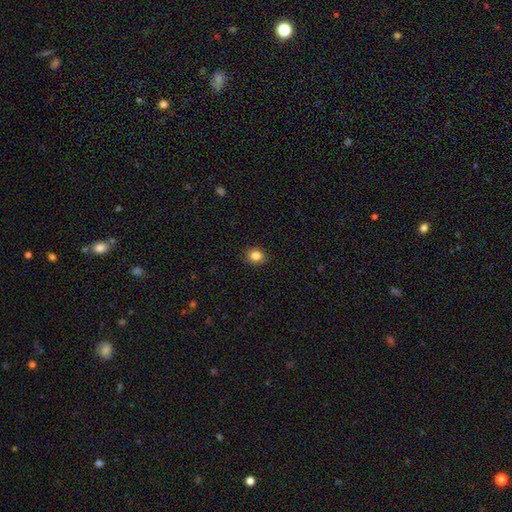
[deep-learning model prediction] smooth_or_featured: smooth (p=0.85) [alt: star or artifact p=0.10]
how_rounded: round (p=0.70) [alt: in between p=0.30]
merging: none (p=0.90) [alt: minor disturbance p=0.07]